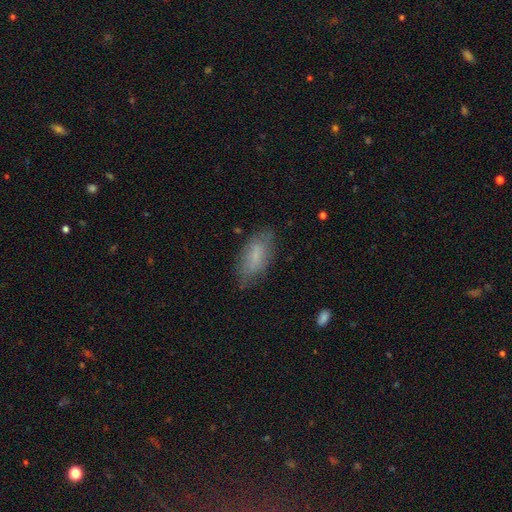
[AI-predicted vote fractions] A smooth galaxy with no disk features (67%) that is in between round and cigar-shaped (84%). Merging: none (72%).